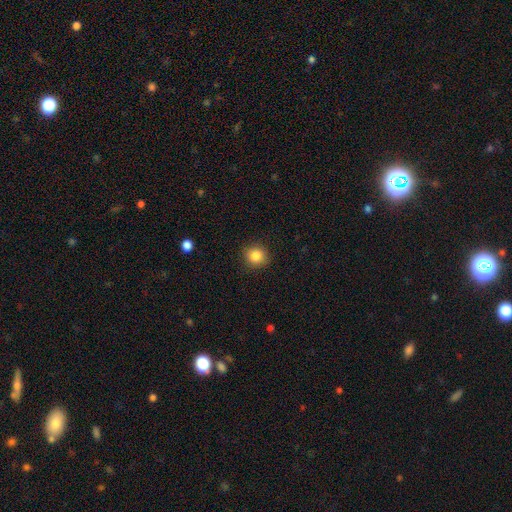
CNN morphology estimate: This is clearly a smooth galaxy (85%). How rounded: clearly round (90%). Merging: clearly none (89%).